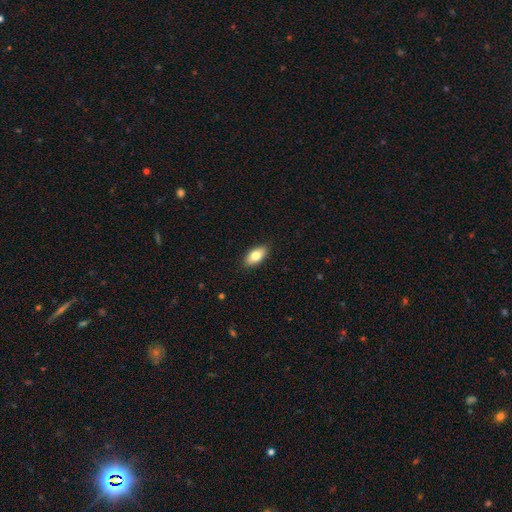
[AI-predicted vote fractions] Overall: smooth (78%). How rounded: in between (90%). Merging: none (88%).